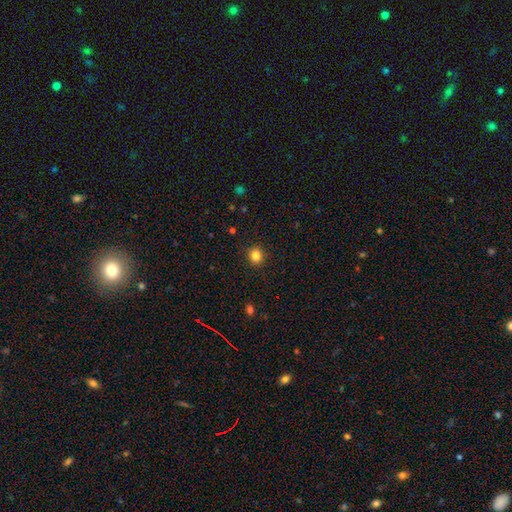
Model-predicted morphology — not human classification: Smooth or featured: smooth — 83% (star or artifact — 12%)
How rounded: round — 89% (in between — 10%)
Merging: none — 91% (minor disturbance — 6%)